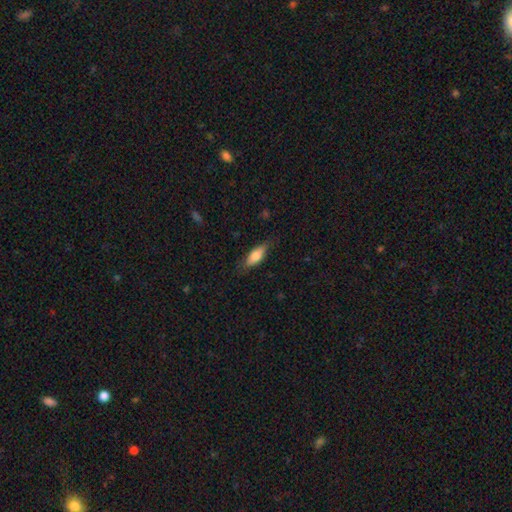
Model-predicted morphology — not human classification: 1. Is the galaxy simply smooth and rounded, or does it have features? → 74% smooth, 20% featured or disk, 6% star or artifact.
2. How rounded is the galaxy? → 71% in between, 27% cigar-shaped, 2% round.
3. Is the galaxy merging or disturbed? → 76% none, 18% minor disturbance, 4% major disturbance, 1% merger.